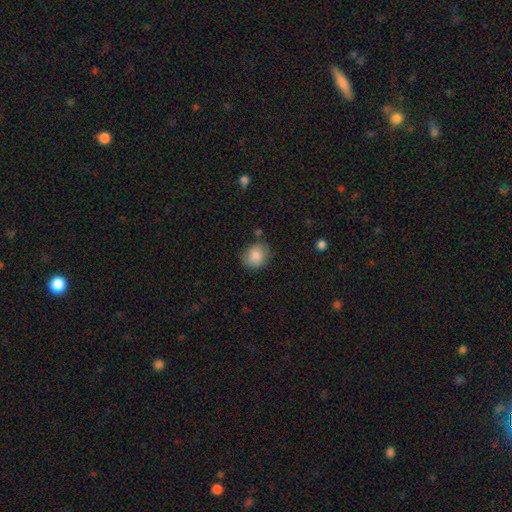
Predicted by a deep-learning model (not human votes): Overall: smooth (85%). How rounded: round (71%). Merging: none (75%).